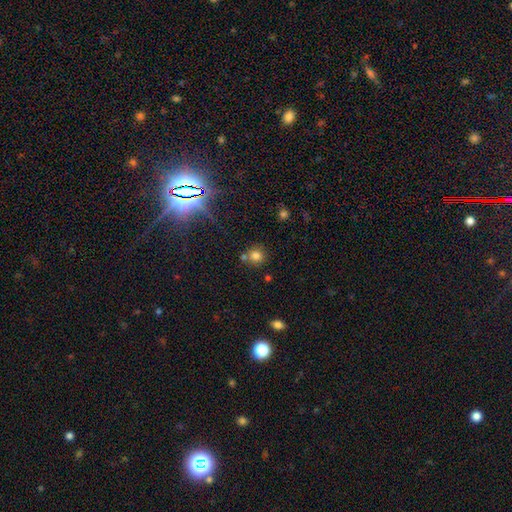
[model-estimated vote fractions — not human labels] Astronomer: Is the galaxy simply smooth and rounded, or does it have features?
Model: smooth — 77%.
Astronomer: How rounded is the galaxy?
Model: round — 88%.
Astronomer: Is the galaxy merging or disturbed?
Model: none — 66%.